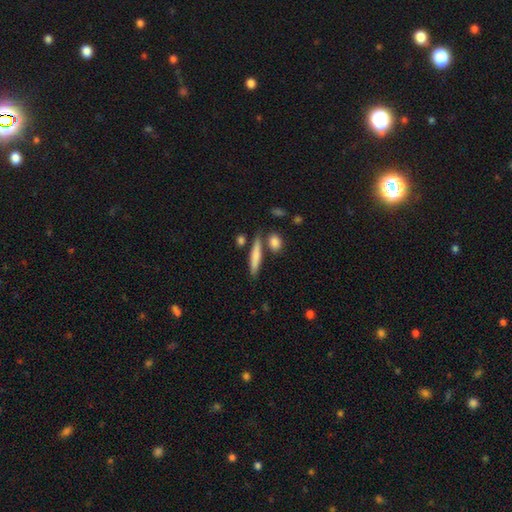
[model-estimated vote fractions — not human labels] Smooth or featured? Predicted: smooth (p=0.72). How rounded? Predicted: cigar-shaped (p=0.83). Merging? Predicted: none (p=0.75).